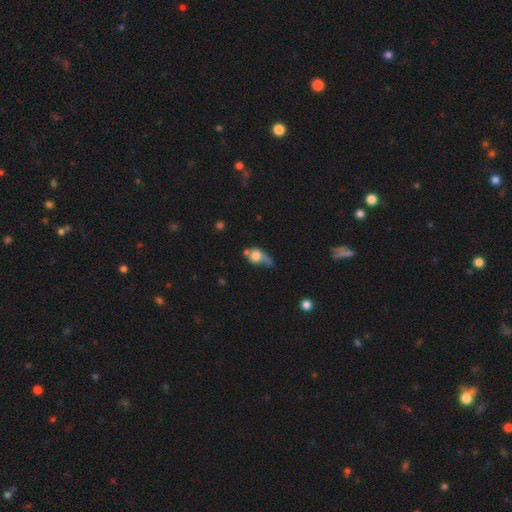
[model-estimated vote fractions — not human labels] A smooth galaxy with no disk features (65%) that is in between round and cigar-shaped (48%).

Vote fractions:
- Smooth or featured? smooth: 65% / featured or disk: 25% / star or artifact: 10%
- How rounded? in between: 48% / round: 47% / cigar-shaped: 5%
- Merging? major disturbance: 34% / none: 24% / minor disturbance: 23% / merger: 19%